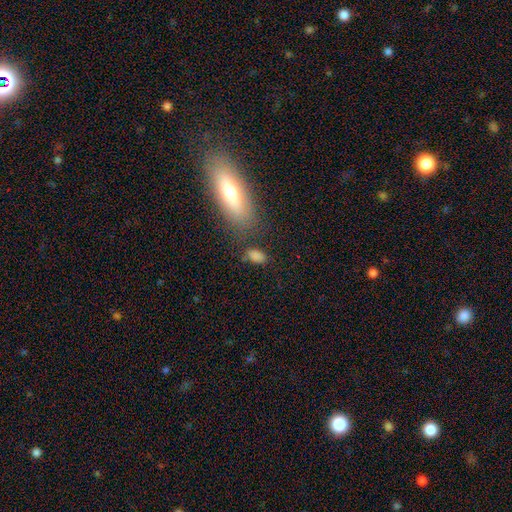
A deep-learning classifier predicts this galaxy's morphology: Overall: smooth (80%). How rounded: in between (85%). Merging: none (66%).